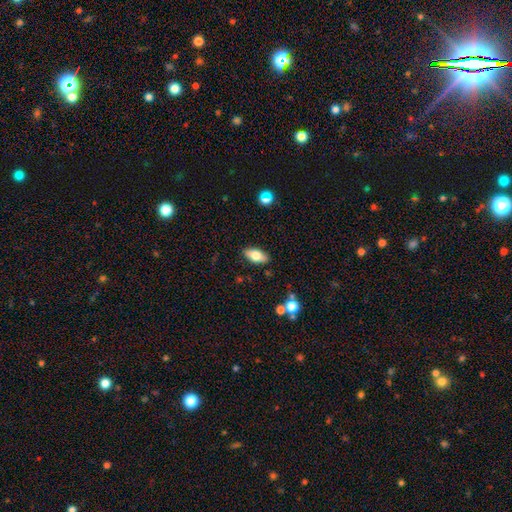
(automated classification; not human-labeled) Overall: smooth (72%). How rounded: in between (87%). Merging: none (87%).